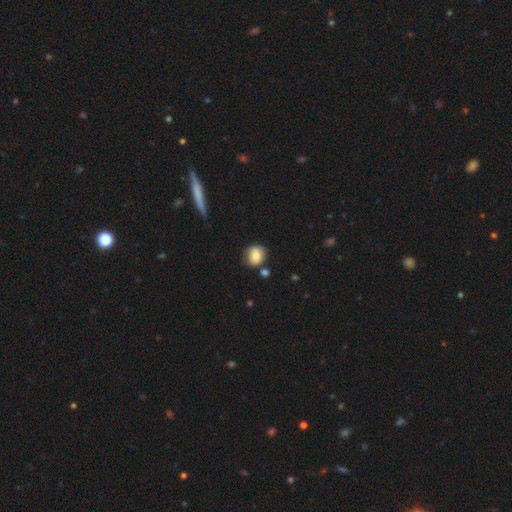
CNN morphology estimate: A smooth galaxy with no disk features (78%) that is round (76%).

Vote fractions:
- Smooth or featured? smooth: 78% / featured or disk: 13% / star or artifact: 9%
- How rounded? round: 76% / in between: 23% / cigar-shaped: 1%
- Merging? none: 74% / minor disturbance: 16% / merger: 7% / major disturbance: 3%